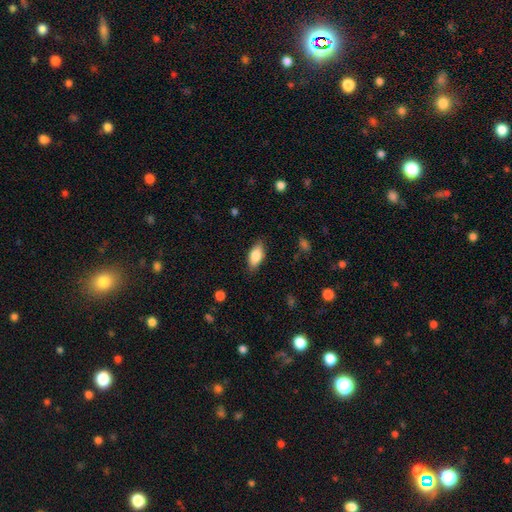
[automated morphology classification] Smooth or featured? smooth (82%)
How rounded? in between (88%)
Merging? none (83%)